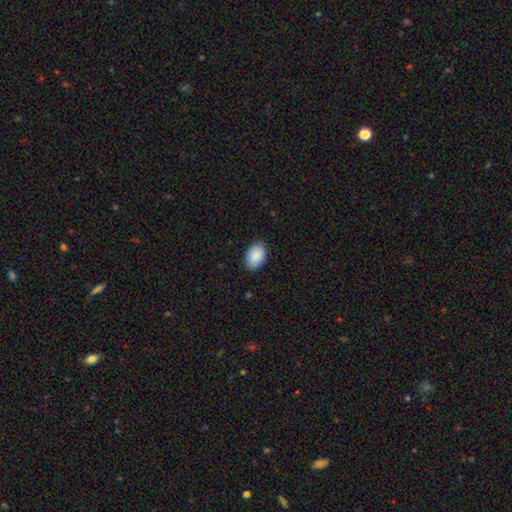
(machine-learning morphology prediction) Smooth or featured?
  - smooth: 90% *
  - star or artifact: 6%
  - featured or disk: 4%
How rounded?
  - in between: 88% *
  - round: 11%
  - cigar-shaped: 1%
Merging?
  - none: 88% *
  - minor disturbance: 9%
  - major disturbance: 2%
  - merger: 1%